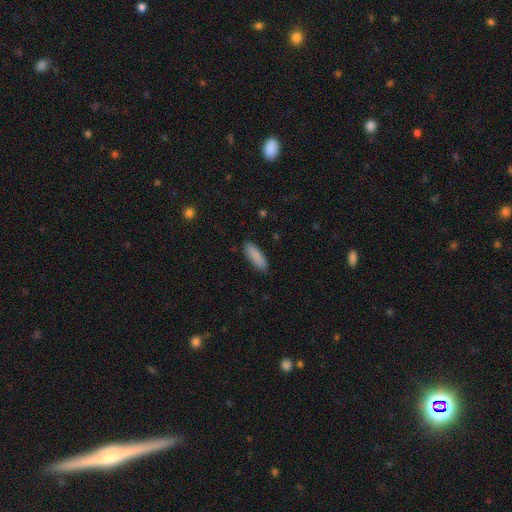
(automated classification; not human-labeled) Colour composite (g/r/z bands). It shows a smooth galaxy with no disk features (88%) that is in between round and cigar-shaped (57%). Merging: none (87%).